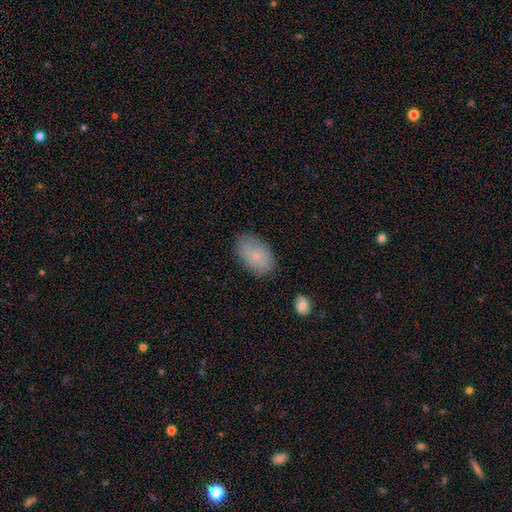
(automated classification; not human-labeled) A smooth galaxy with no disk features (74%) that is in between round and cigar-shaped (92%).

Vote fractions:
- Smooth or featured? smooth: 74% / featured or disk: 19% / star or artifact: 7%
- How rounded? in between: 92% / round: 7% / cigar-shaped: 1%
- Merging? none: 78% / minor disturbance: 17% / major disturbance: 4% / merger: 2%